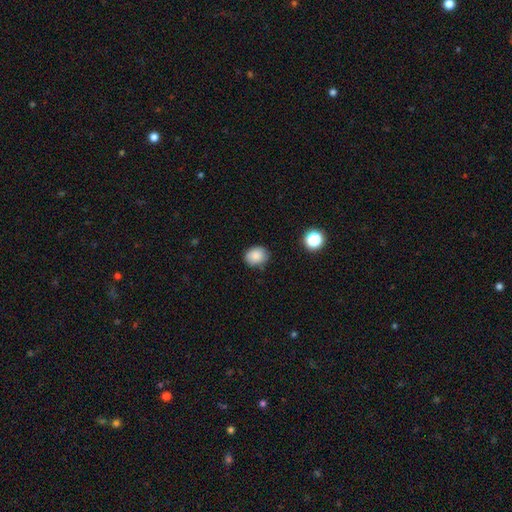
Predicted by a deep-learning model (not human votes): This is clearly a smooth galaxy (85%). How rounded: possibly round (53%). Merging: likely none (78%).